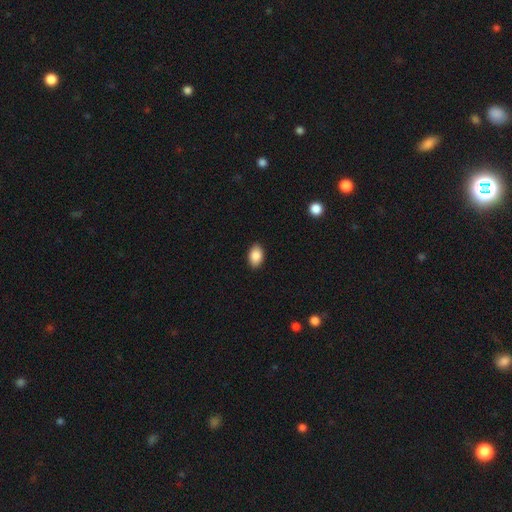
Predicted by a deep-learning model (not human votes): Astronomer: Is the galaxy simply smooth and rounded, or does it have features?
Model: smooth — 88%.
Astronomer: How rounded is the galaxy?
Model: in between — 88%.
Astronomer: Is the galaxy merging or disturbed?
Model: none — 89%.